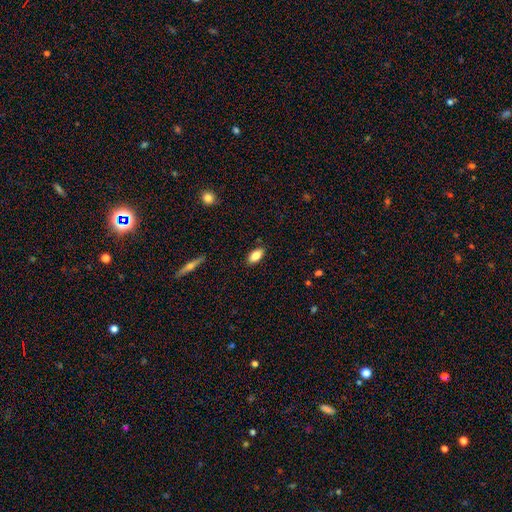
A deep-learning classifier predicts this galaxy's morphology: Smooth or featured? smooth (82%)
How rounded? in between (90%)
Merging? none (88%)